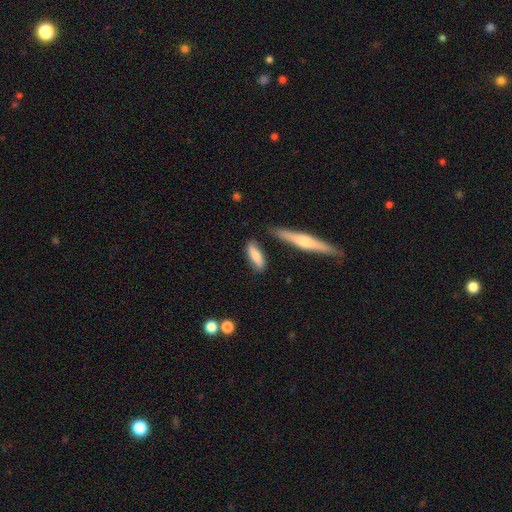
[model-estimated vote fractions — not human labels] A smooth galaxy with no disk features (67%) that is in between round and cigar-shaped (52%).

Vote fractions:
- Smooth or featured? smooth: 67% / featured or disk: 27% / star or artifact: 6%
- How rounded? in between: 52% / cigar-shaped: 46% / round: 3%
- Merging? none: 75% / minor disturbance: 16% / merger: 5% / major disturbance: 4%